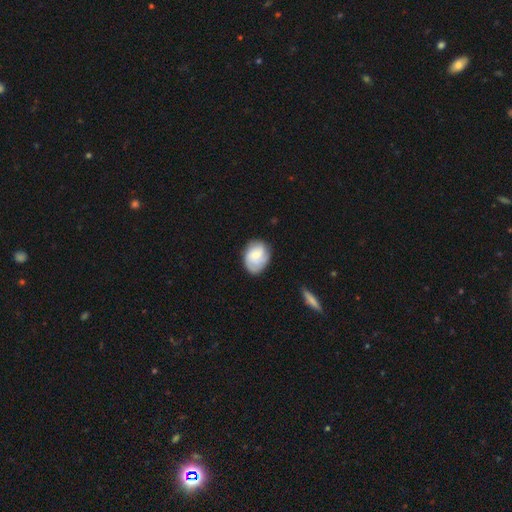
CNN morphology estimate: Q: Smooth or featured?
A: smooth (54%); runner-up: featured or disk (39%)
Q: How rounded?
A: in between (64%); runner-up: round (35%)
Q: Merging?
A: none (71%); runner-up: minor disturbance (22%)